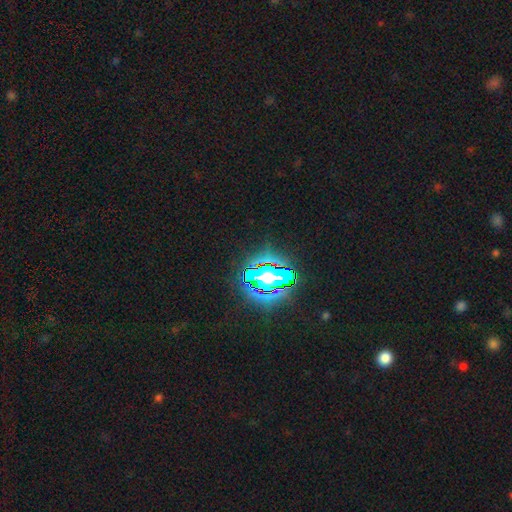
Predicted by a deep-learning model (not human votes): star or artifact 84%, smooth 10%, featured or disk 6%.